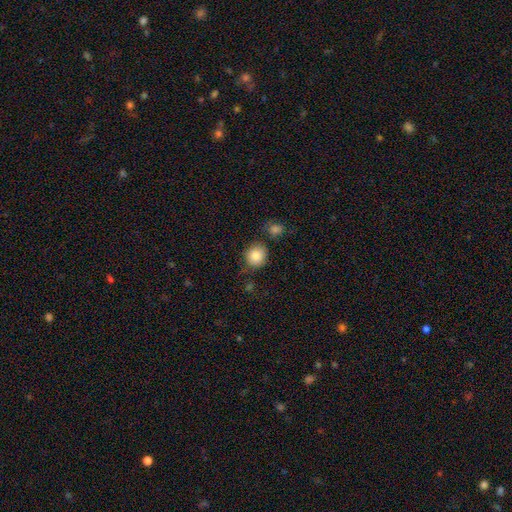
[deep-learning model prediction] The model was most divided on "merging": none: 77%, minor disturbance: 13%, merger: 6%, major disturbance: 4%. More confident: how rounded — round (87%); smooth or featured — smooth (84%).